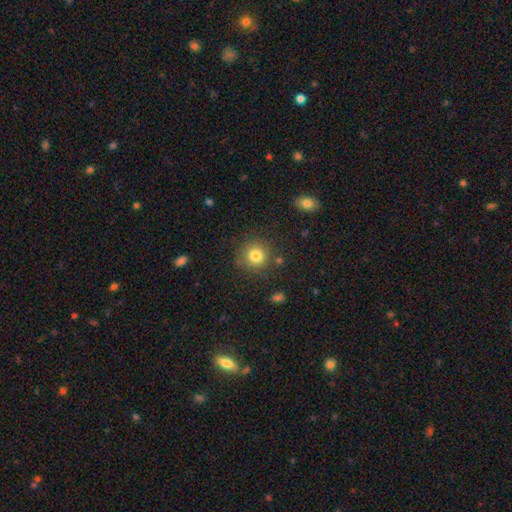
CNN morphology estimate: Q: Smooth or featured?
A: smooth (81%); runner-up: star or artifact (12%)
Q: How rounded?
A: round (92%); runner-up: in between (7%)
Q: Merging?
A: none (84%); runner-up: minor disturbance (9%)